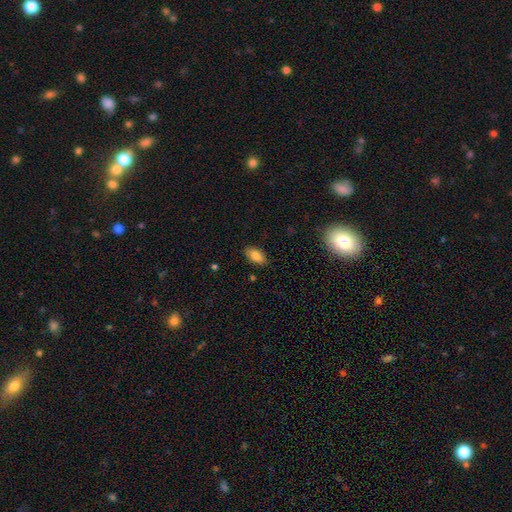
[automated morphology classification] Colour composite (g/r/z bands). It shows a smooth galaxy with no disk features (83%) that is in between round and cigar-shaped (91%). Merging: none (86%).